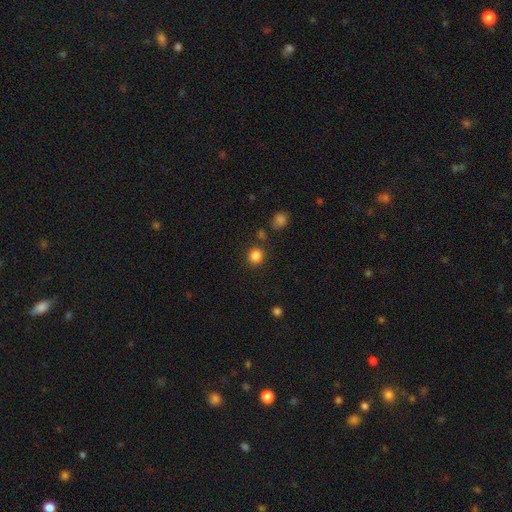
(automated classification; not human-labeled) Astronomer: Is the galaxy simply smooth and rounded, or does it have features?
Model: smooth — 84%.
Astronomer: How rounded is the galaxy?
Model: round — 87%.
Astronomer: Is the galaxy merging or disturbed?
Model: none — 83%.